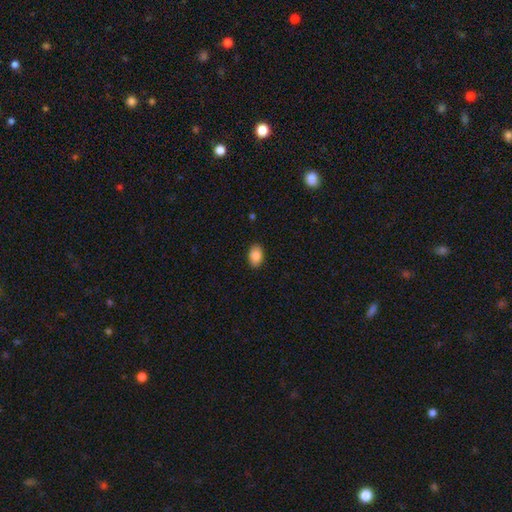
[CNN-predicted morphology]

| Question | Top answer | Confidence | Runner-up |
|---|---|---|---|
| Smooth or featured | smooth | 87% | star or artifact (7%) |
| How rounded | in between | 86% | round (13%) |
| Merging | none | 89% | minor disturbance (8%) |